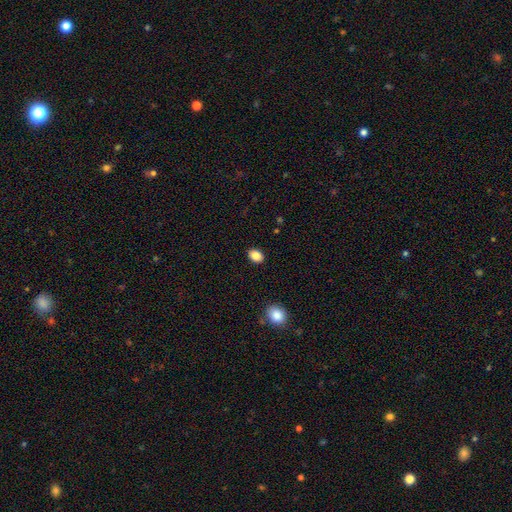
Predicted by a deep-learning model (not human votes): A smooth galaxy with no disk features (85%) that is in between round and cigar-shaped (65%). Merging: none (89%).